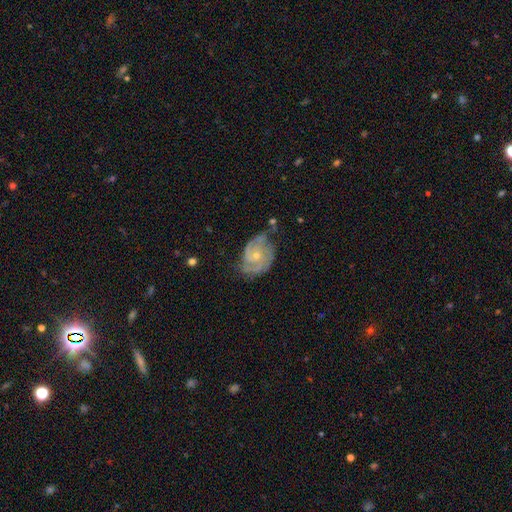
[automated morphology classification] Smooth or featured?
  - featured or disk: 89% *
  - smooth: 7%
  - star or artifact: 5%
Edge-on disk?
  - no: 98% *
  - yes: 2%
Bar?
  - no: 70% *
  - weak: 26%
  - strong: 5%
Spiral arms?
  - yes: 97% *
  - no: 3%
Spiral winding?
  - tight: 57% *
  - medium: 36%
  - loose: 7%
Spiral arm count?
  - 2: 55% *
  - 3: 25%
  - can't tell: 10%
  - 4: 4%
  - 1: 3%
  - more than 4: 3%
Bulge size?
  - small: 63% *
  - moderate: 33%
  - none: 2%
  - large: 1%
  - dominant: 1%
Merging?
  - none: 61% *
  - minor disturbance: 26%
  - major disturbance: 10%
  - merger: 3%